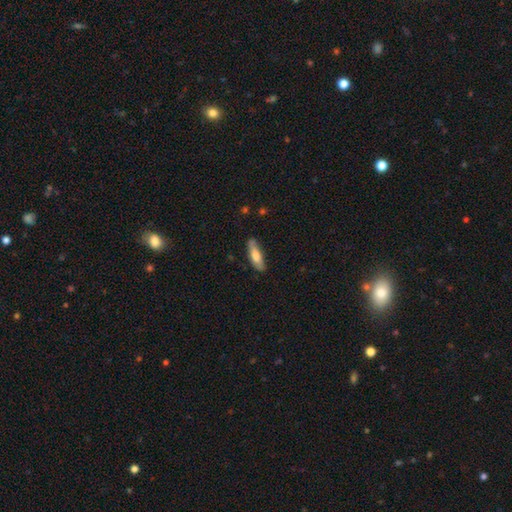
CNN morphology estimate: Q: Smooth or featured?
A: smooth (68%); runner-up: featured or disk (27%)
Q: How rounded?
A: cigar-shaped (52%); runner-up: in between (47%)
Q: Merging?
A: none (73%); runner-up: minor disturbance (21%)